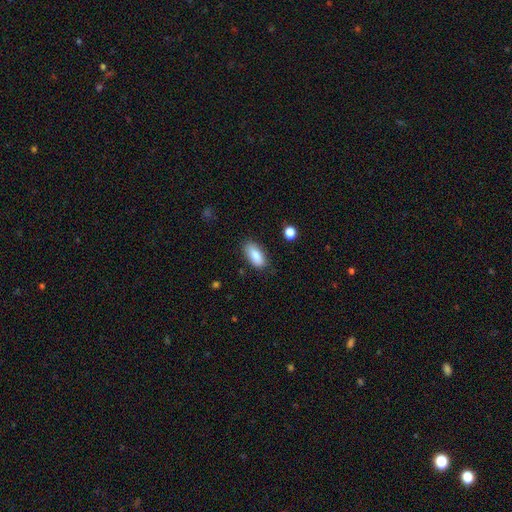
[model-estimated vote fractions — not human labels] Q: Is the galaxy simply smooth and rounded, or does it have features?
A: smooth — 87%.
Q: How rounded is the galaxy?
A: in between — 87%.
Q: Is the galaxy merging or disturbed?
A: none — 82%.